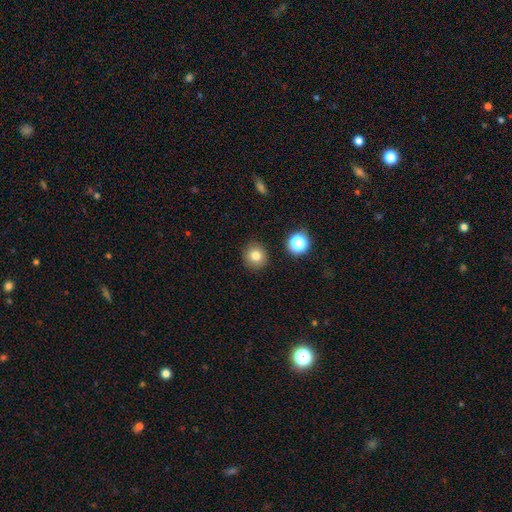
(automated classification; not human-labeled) smooth 79%, star or artifact 13%, featured or disk 8%. Down the decision tree: how rounded — round (91%); merging — none (90%).